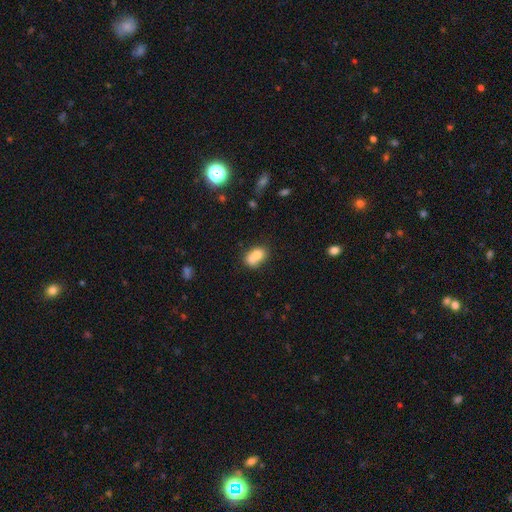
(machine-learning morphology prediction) smooth-or-featured: smooth: 73% | featured or disk: 18% | star or artifact: 10%
  how-rounded: in between: 68% | round: 31% | cigar-shaped: 2%
  merging: merger: 50% | none: 31% | minor disturbance: 13% | major disturbance: 5%